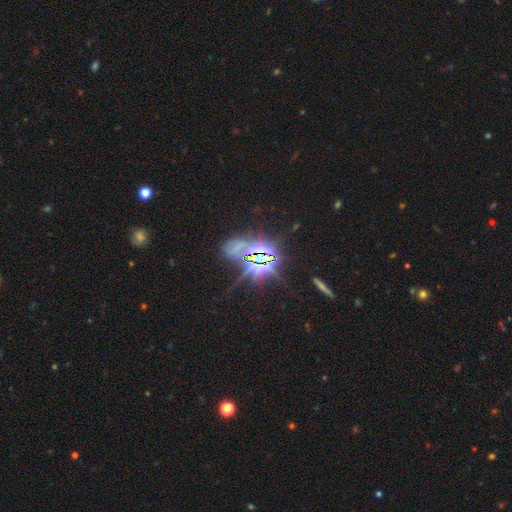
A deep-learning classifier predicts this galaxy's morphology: Smooth or featured?
  - star or artifact: 79% *
  - smooth: 11%
  - featured or disk: 11%